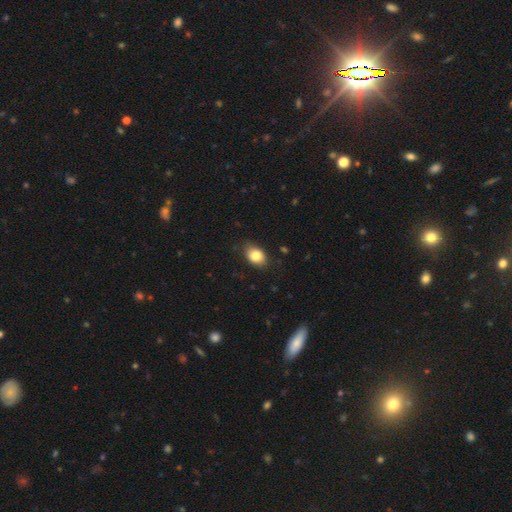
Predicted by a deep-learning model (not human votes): Smooth or featured? smooth (83%)
How rounded? in between (79%)
Merging? none (82%)